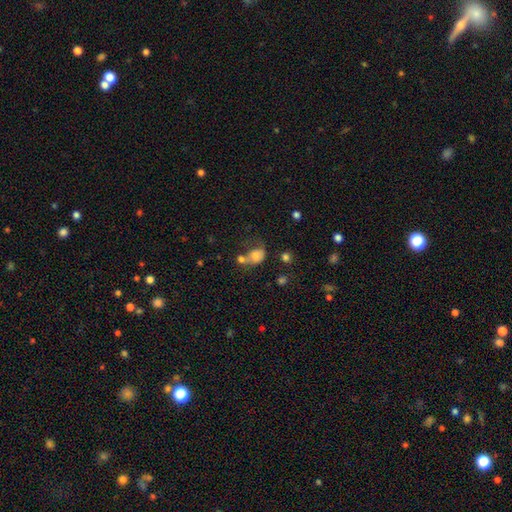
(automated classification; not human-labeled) A smooth galaxy with no disk features (74%) that is in between round and cigar-shaped (58%).

Vote fractions:
- Smooth or featured? smooth: 74% / featured or disk: 14% / star or artifact: 12%
- How rounded? in between: 58% / round: 41% / cigar-shaped: 1%
- Merging? merger: 36% / none: 26% / minor disturbance: 19% / major disturbance: 18%